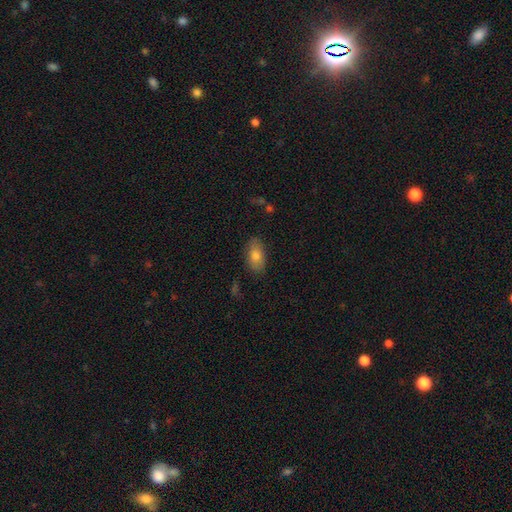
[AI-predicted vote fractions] Morphology: type=smooth (78%); roundness=in between (91%); merging=none (84%).